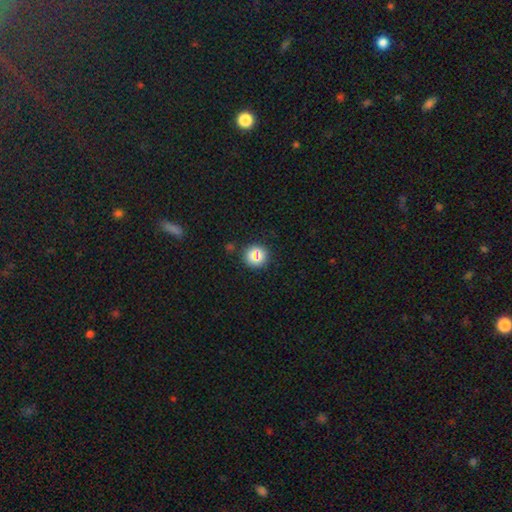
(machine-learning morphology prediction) smooth 85%, star or artifact 9%, featured or disk 6%. Down the decision tree: how rounded — round (93%); merging — none (85%).